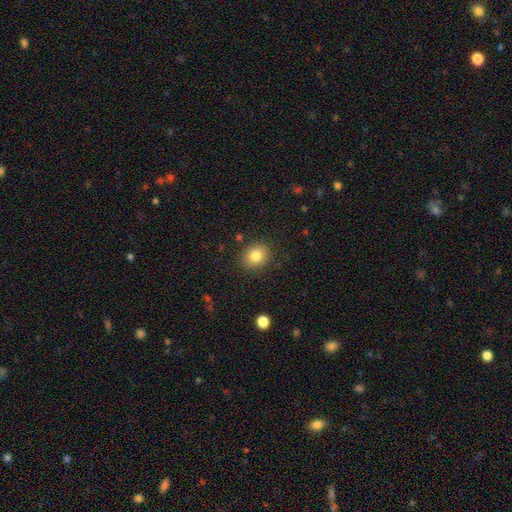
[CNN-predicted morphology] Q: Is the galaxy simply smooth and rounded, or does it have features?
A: smooth — 82%.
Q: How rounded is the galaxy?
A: round — 67%.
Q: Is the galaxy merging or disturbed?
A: none — 88%.